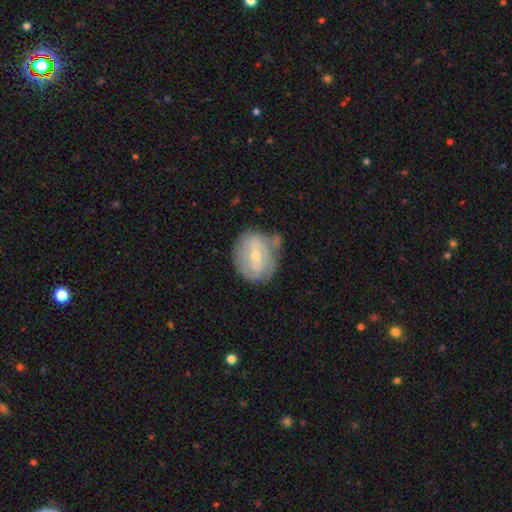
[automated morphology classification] Smooth or featured: featured or disk — 68% (smooth — 26%)
Edge-on disk: no — 96% (yes — 4%)
Bar: weak — 49% (no — 26%)
Spiral arms: yes — 68% (no — 32%)
Bulge size: moderate — 53% (small — 44%)
Merging: none — 59% (minor disturbance — 25%)